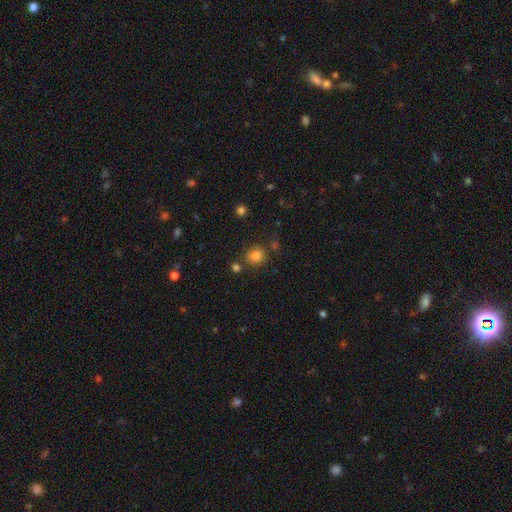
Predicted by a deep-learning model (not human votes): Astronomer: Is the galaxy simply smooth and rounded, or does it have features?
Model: smooth — 82%.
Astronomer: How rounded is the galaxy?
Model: round — 81%.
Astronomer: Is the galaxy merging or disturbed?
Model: none — 76%.